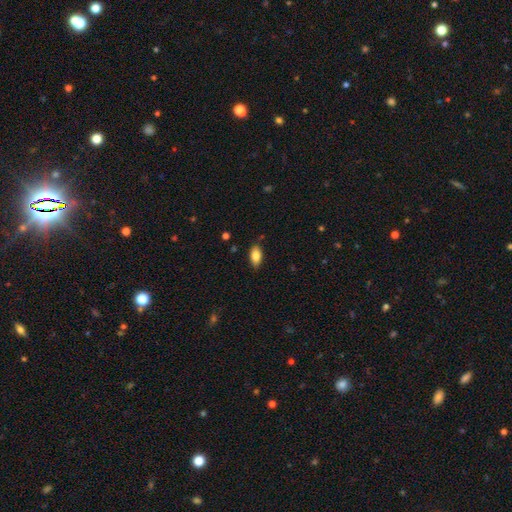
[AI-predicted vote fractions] Q: Smooth or featured?
A: smooth (84%); runner-up: featured or disk (9%)
Q: How rounded?
A: in between (91%); runner-up: cigar-shaped (5%)
Q: Merging?
A: none (84%); runner-up: minor disturbance (12%)